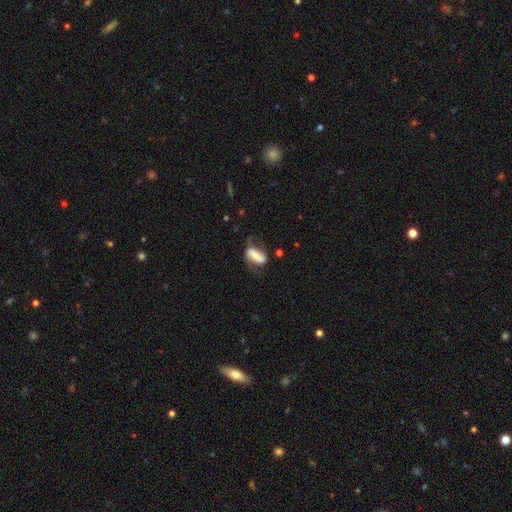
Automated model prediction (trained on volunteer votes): Smooth or featured?
  - featured or disk: 50% *
  - smooth: 42%
  - star or artifact: 8%
Edge-on disk?
  - no: 89% *
  - yes: 11%
Merging?
  - none: 48% *
  - minor disturbance: 27%
  - major disturbance: 20%
  - merger: 5%